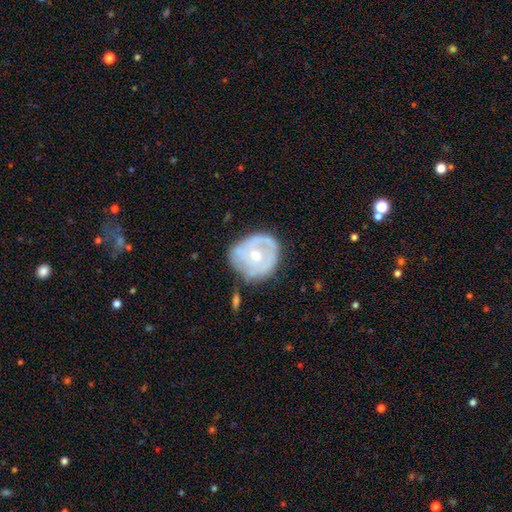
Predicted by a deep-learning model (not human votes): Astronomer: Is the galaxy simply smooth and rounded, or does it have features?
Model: featured or disk — 64%.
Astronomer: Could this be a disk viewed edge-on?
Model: no — 97%.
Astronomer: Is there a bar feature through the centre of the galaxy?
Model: no — 78%.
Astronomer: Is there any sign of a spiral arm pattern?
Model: yes — 58% (runner-up: no, 42%).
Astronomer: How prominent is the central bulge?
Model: moderate — 57% (runner-up: small, 39%).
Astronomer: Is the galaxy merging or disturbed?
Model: none — 55%.